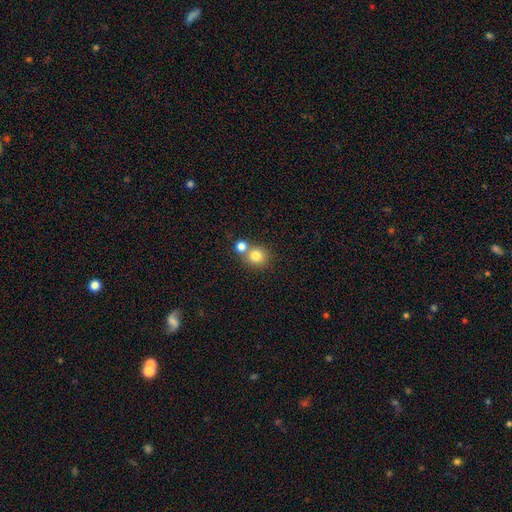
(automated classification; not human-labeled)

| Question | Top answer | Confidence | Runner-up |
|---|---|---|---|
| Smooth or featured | smooth | 81% | star or artifact (11%) |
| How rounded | round | 86% | in between (13%) |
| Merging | none | 51% | merger (40%) |